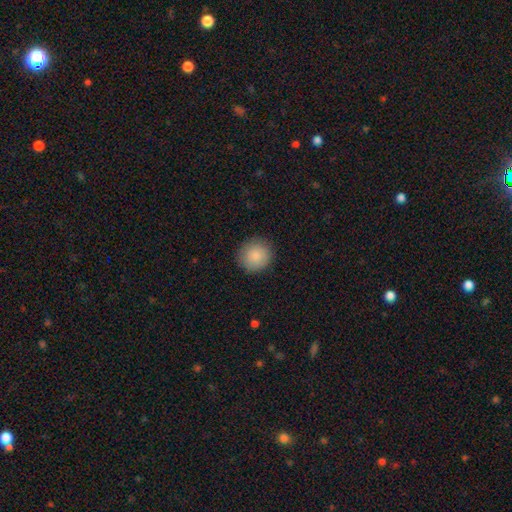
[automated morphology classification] Smooth or featured? smooth (86%)
How rounded? round (92%)
Merging? none (89%)